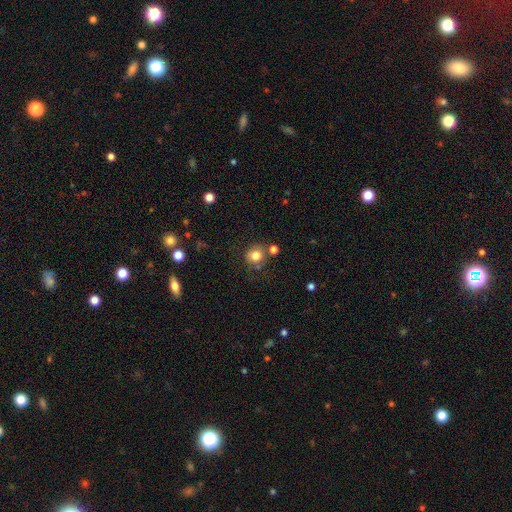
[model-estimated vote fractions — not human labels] The model was most divided on "merging": none: 71%, minor disturbance: 14%, merger: 10%, major disturbance: 5%. More confident: how rounded — round (83%); smooth or featured — smooth (80%).